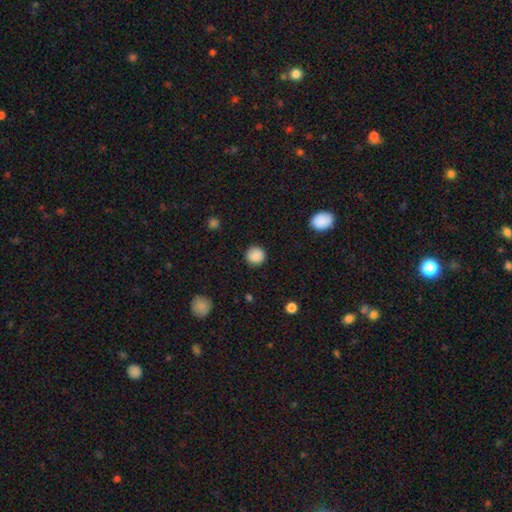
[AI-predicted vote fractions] Morphology: type=smooth (87%); roundness=round (93%); merging=none (90%).